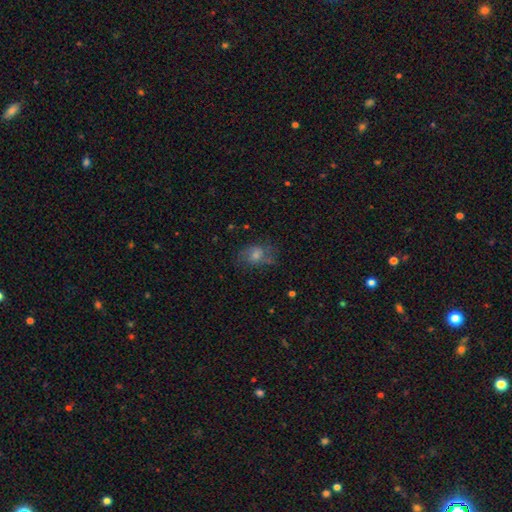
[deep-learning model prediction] Morphology: type=smooth (40%); merging=none (66%).